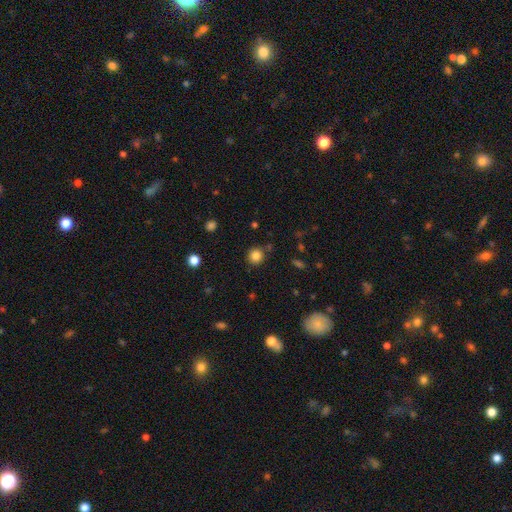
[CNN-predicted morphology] Smooth or featured?
  - smooth: 84% *
  - star or artifact: 12%
  - featured or disk: 5%
How rounded?
  - round: 91% *
  - in between: 8%
  - cigar-shaped: 1%
Merging?
  - none: 85% *
  - minor disturbance: 8%
  - merger: 4%
  - major disturbance: 3%